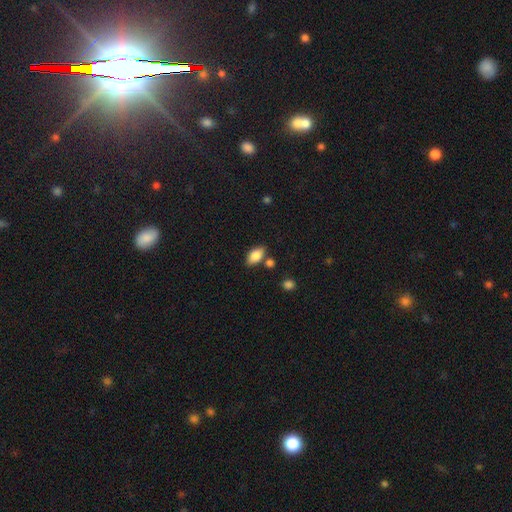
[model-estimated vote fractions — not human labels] This is clearly a smooth galaxy (85%). How rounded: clearly in between (91%). Merging: likely none (74%).